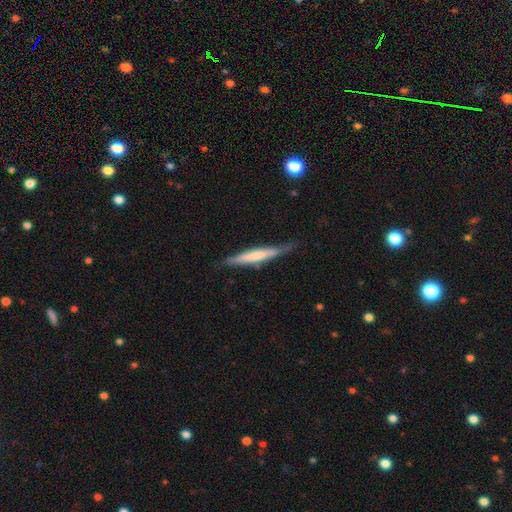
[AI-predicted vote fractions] Q: Smooth or featured?
A: smooth (52%); runner-up: featured or disk (43%)
Q: How rounded?
A: cigar-shaped (94%); runner-up: in between (5%)
Q: Merging?
A: none (79%); runner-up: minor disturbance (16%)